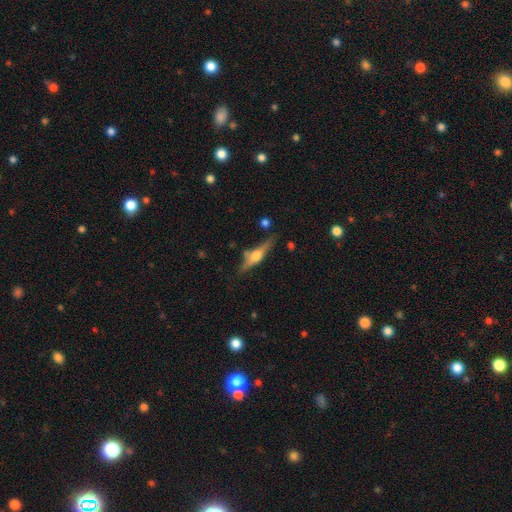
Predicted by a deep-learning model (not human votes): Smooth or featured?
  - featured or disk: 66% *
  - smooth: 27%
  - star or artifact: 7%
Edge-on disk?
  - yes: 95% *
  - no: 5%
Edge-on bulge?
  - rounded: 92% *
  - boxy: 6%
  - none: 3%
Merging?
  - none: 73% *
  - minor disturbance: 16%
  - merger: 7%
  - major disturbance: 4%